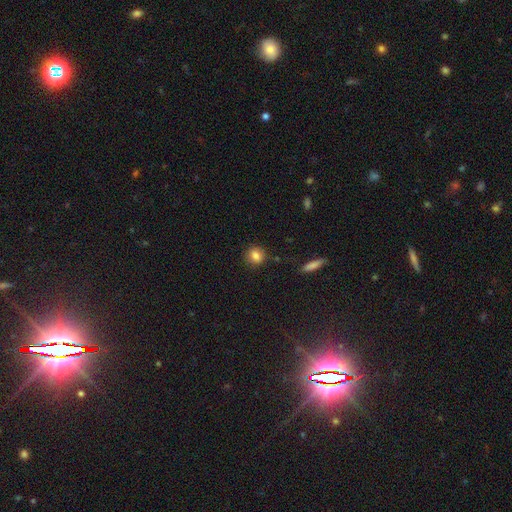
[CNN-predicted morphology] Smooth or featured?
  - smooth: 83% *
  - star or artifact: 10%
  - featured or disk: 7%
How rounded?
  - round: 79% *
  - in between: 19%
  - cigar-shaped: 2%
Merging?
  - none: 86% *
  - minor disturbance: 10%
  - major disturbance: 2%
  - merger: 2%